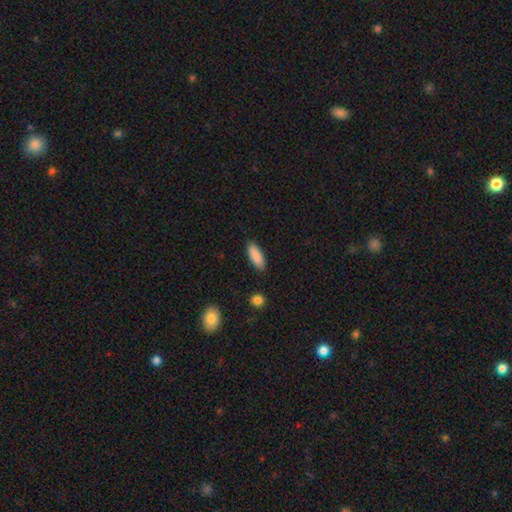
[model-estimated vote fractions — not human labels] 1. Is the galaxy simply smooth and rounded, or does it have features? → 88% smooth, 6% star or artifact, 5% featured or disk.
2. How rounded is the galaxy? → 63% in between, 35% cigar-shaped, 2% round.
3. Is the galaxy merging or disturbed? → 87% none, 9% minor disturbance, 2% major disturbance, 1% merger.